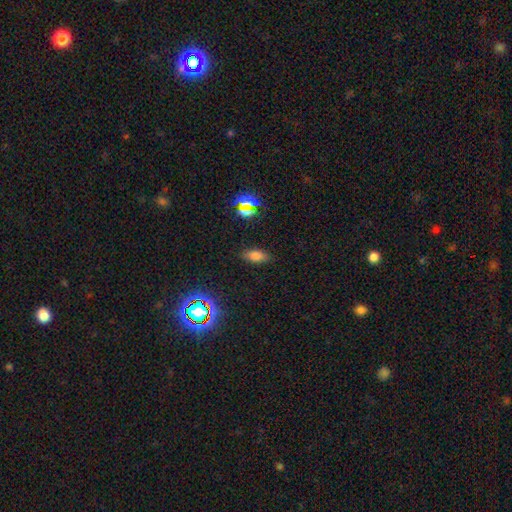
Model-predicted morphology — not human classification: The model was most divided on "smooth or featured": smooth: 71%, star or artifact: 18%, featured or disk: 11%. More confident: merging — none (84%); how rounded — in between (84%).